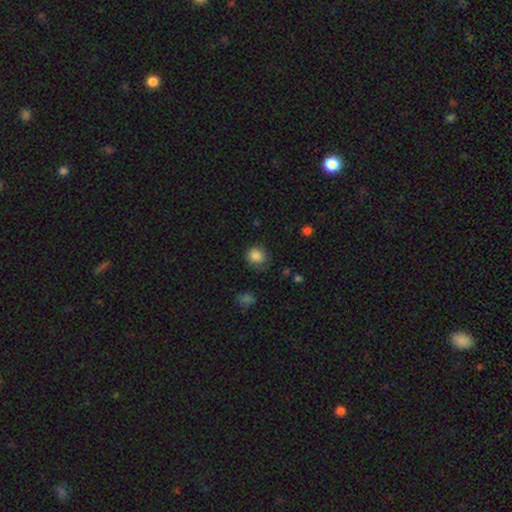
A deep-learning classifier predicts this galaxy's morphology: This is clearly a smooth galaxy (85%). How rounded: clearly round (84%). Merging: likely none (72%).